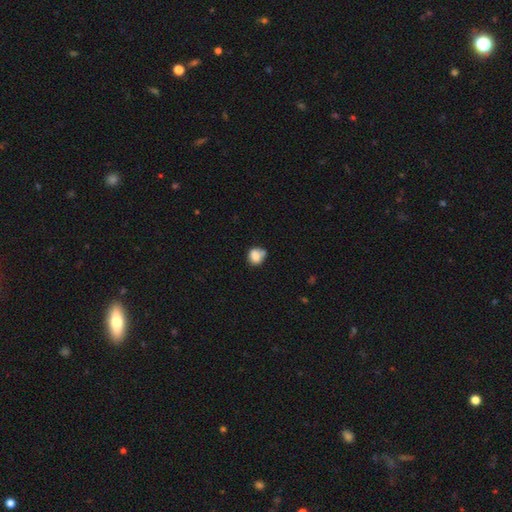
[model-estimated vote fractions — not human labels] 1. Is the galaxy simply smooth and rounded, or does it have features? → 80% smooth, 11% featured or disk, 10% star or artifact.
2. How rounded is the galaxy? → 66% round, 33% in between, 1% cigar-shaped.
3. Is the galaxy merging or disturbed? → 49% none, 27% minor disturbance, 17% merger, 8% major disturbance.